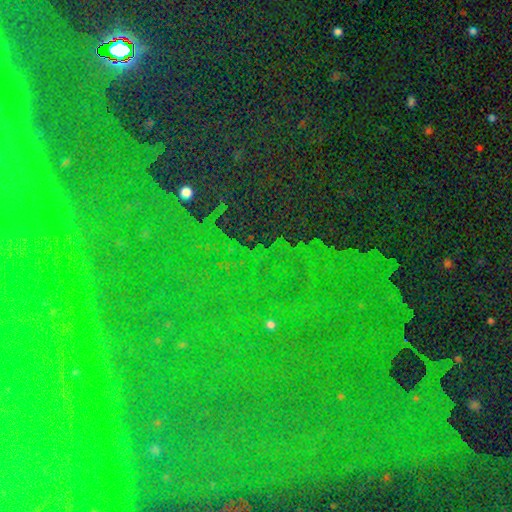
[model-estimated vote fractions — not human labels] Smooth or featured? Predicted: star or artifact (p=0.86).